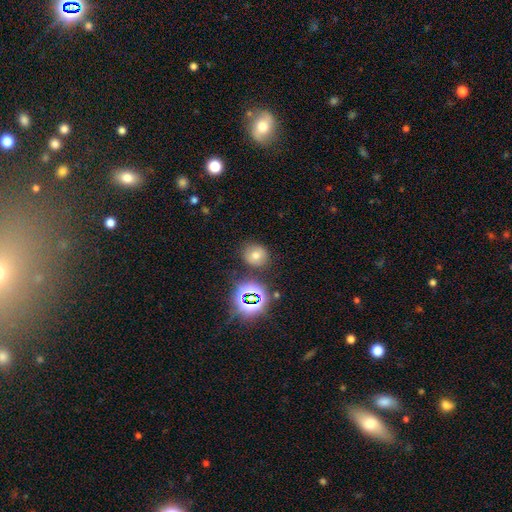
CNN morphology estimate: Q: Smooth or featured?
A: smooth (62%); runner-up: star or artifact (25%)
Q: How rounded?
A: round (74%); runner-up: in between (25%)
Q: Merging?
A: none (80%); runner-up: minor disturbance (11%)